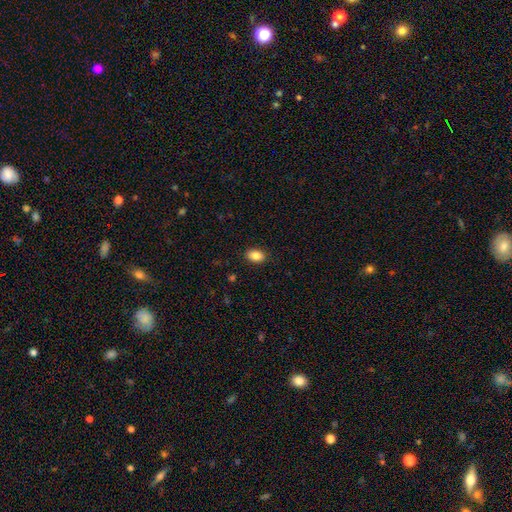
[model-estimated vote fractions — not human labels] Smooth or featured?
  - smooth: 87% *
  - star or artifact: 8%
  - featured or disk: 5%
How rounded?
  - in between: 86% *
  - round: 12%
  - cigar-shaped: 1%
Merging?
  - none: 89% *
  - minor disturbance: 8%
  - major disturbance: 2%
  - merger: 1%